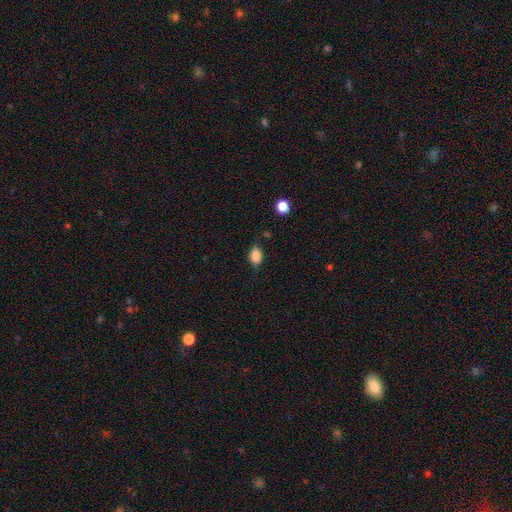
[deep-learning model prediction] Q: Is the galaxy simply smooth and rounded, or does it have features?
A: smooth — 84%.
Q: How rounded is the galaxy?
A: in between — 76%.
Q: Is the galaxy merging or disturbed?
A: none — 69%.